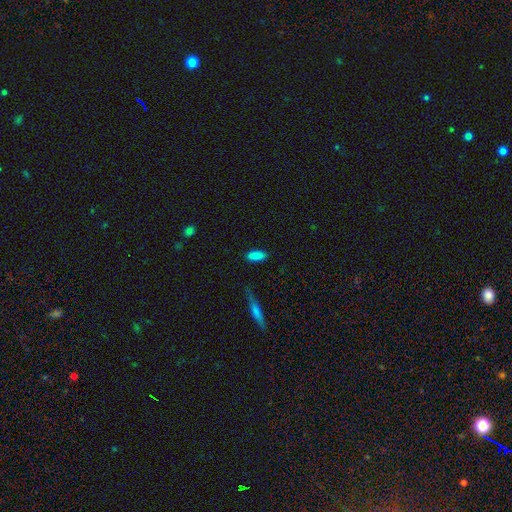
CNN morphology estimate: type=smooth (87%); roundness=in between (78%); merging=none (84%).